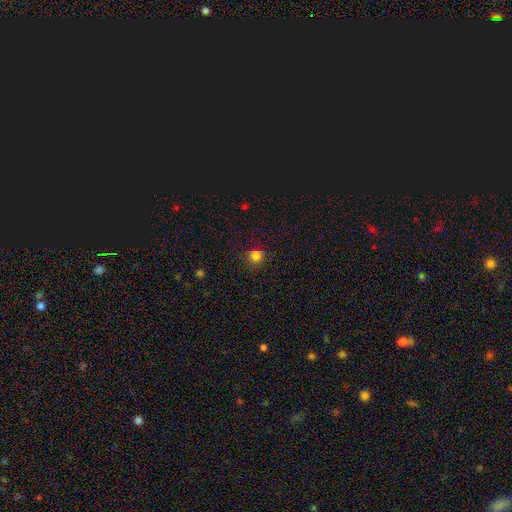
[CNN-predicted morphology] smooth_or_featured: smooth (p=0.83) [alt: star or artifact p=0.14]
how_rounded: round (p=0.91) [alt: in between p=0.08]
merging: none (p=0.87) [alt: minor disturbance p=0.09]